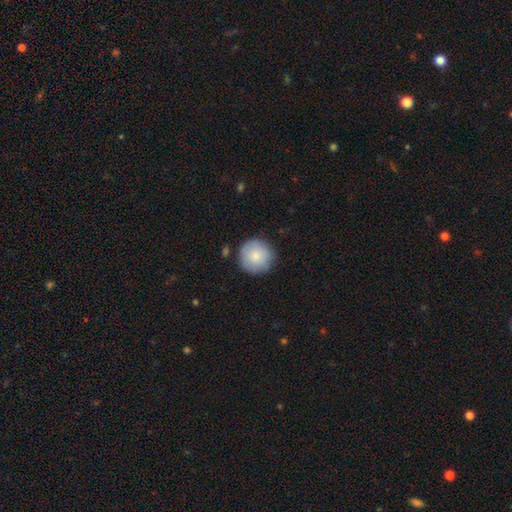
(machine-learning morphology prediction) Smooth or featured? Predicted: smooth (p=0.82). How rounded? Predicted: round (p=0.96). Merging? Predicted: none (p=0.83).